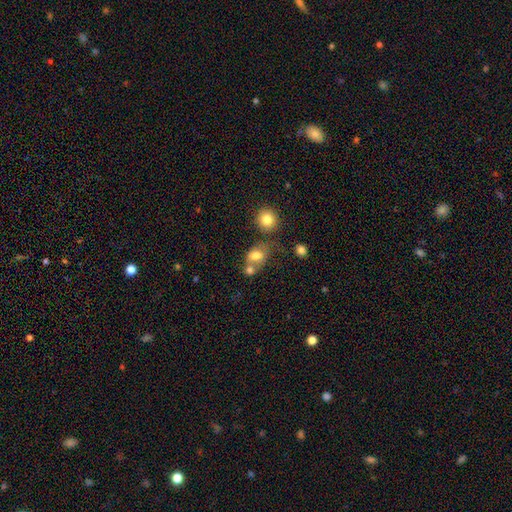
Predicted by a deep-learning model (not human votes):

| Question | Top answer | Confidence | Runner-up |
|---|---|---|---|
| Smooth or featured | smooth | 74% | featured or disk (15%) |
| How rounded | in between | 62% | round (36%) |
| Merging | merger | 41% | none (35%) |